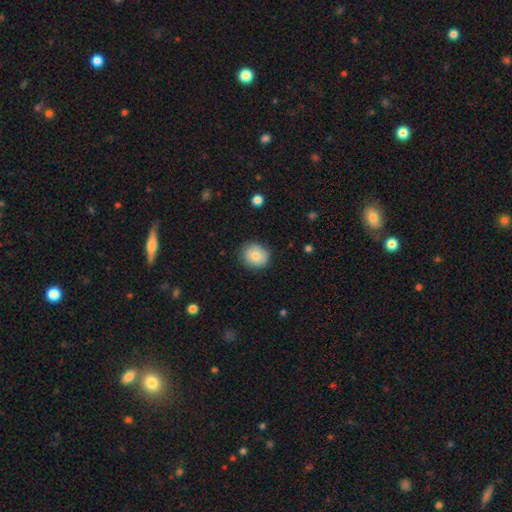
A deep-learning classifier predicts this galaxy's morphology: smooth 77%, featured or disk 15%, star or artifact 8%. Down the decision tree: how rounded — round (79%); merging — none (85%).